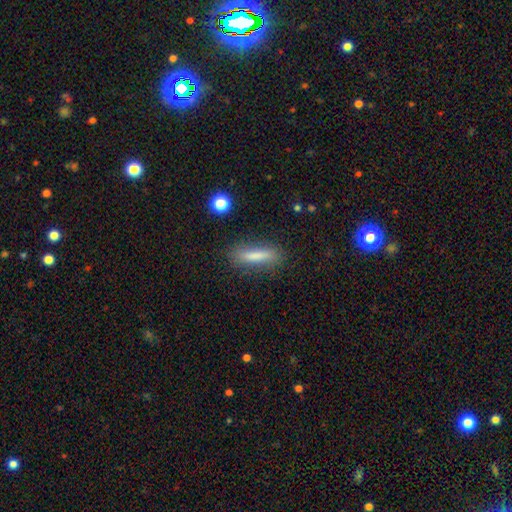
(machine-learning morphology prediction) smooth_or_featured: smooth (p=0.72) [alt: featured or disk p=0.19]
how_rounded: cigar-shaped (p=0.81) [alt: in between p=0.17]
merging: none (p=0.85) [alt: minor disturbance p=0.10]